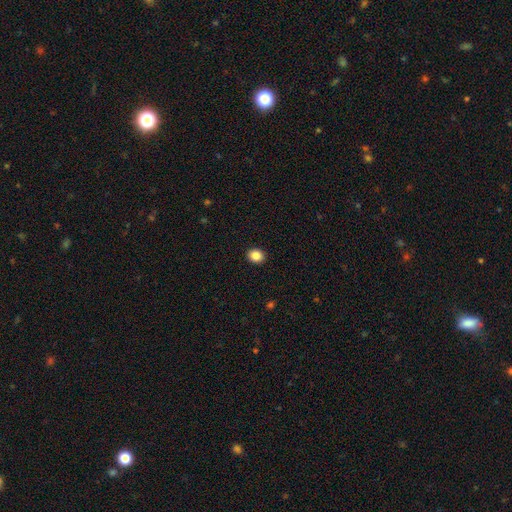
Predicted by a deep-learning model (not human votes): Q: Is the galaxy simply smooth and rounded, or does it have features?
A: smooth — 87%.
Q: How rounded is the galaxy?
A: round — 60%.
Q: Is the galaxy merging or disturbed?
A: none — 92%.